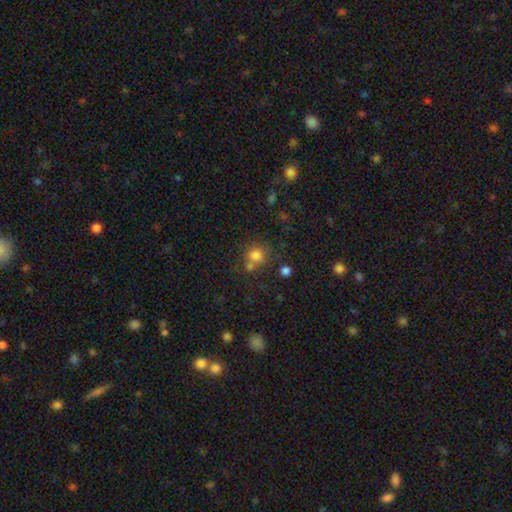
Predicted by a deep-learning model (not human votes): Smooth or featured: smooth — 78% (star or artifact — 14%)
How rounded: round — 81% (in between — 18%)
Merging: none — 56% (merger — 25%)